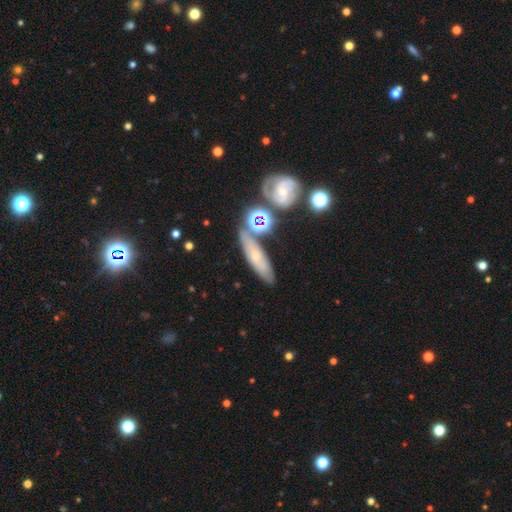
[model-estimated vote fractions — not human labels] Smooth or featured?
  - featured or disk: 43% * (tied)
  - smooth: 43% * (tied)
  - star or artifact: 14%
Merging?
  - none: 67% *
  - minor disturbance: 16%
  - merger: 11%
  - major disturbance: 5%